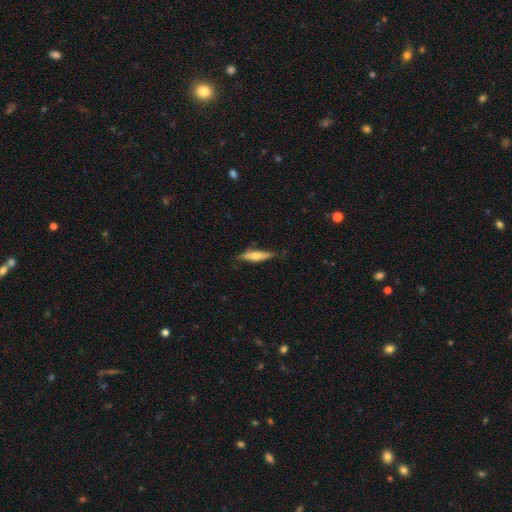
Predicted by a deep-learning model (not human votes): Smooth or featured? smooth (50%)
How rounded? cigar-shaped (68%)
Merging? none (72%)